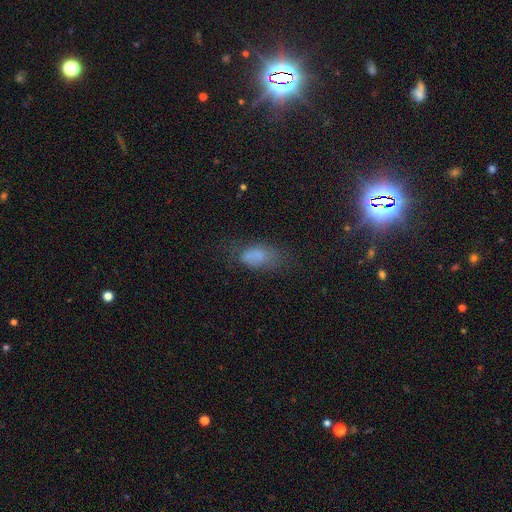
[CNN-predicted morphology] Overall: smooth (72%). How rounded: in between (89%). Merging: none (45%; minor disturbance 28%).